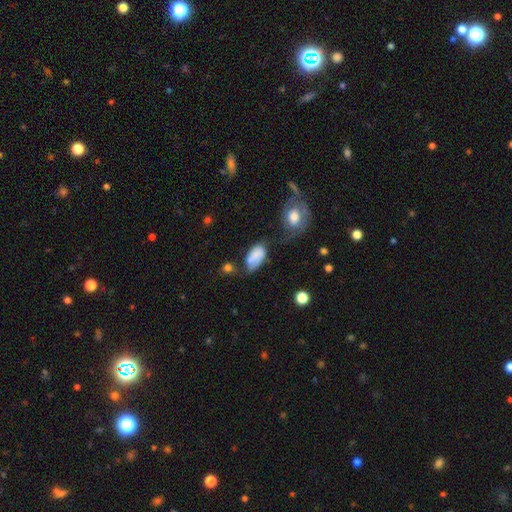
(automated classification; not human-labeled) This appears to be a smooth galaxy with no disk features (70%) that is in between round and cigar-shaped (92%). Merging: minor disturbance (34%).